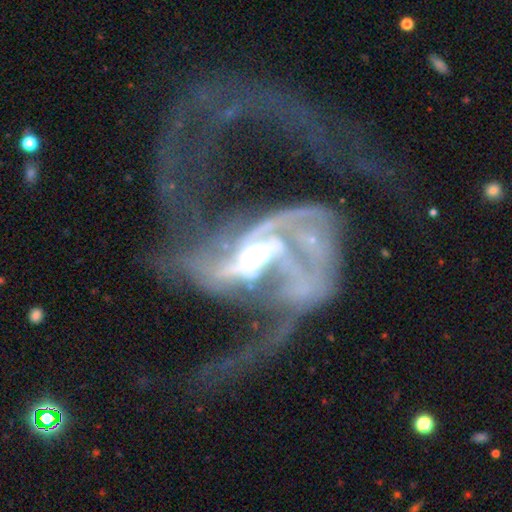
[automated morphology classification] A featured or disk galaxy (86%) with no bar (39%), 2 (33%) loose (48%) spiral arms (83%) and a moderate central bulge (57%). Merging: major disturbance (53%).